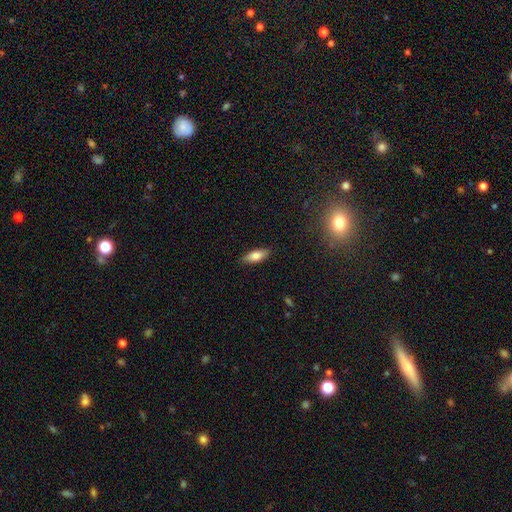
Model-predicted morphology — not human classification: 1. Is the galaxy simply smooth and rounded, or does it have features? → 80% smooth, 13% featured or disk, 7% star or artifact.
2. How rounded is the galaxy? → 68% in between, 30% cigar-shaped, 2% round.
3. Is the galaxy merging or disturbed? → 87% none, 10% minor disturbance, 2% major disturbance, 1% merger.